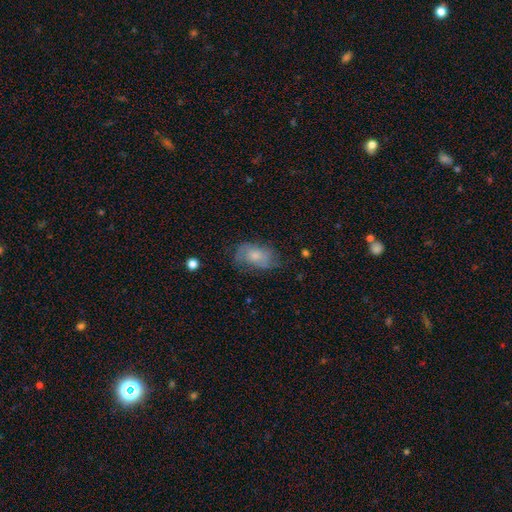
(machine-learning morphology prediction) Overall: smooth (49%; featured or disk 43%). Merging: none (57%; minor disturbance 27%).